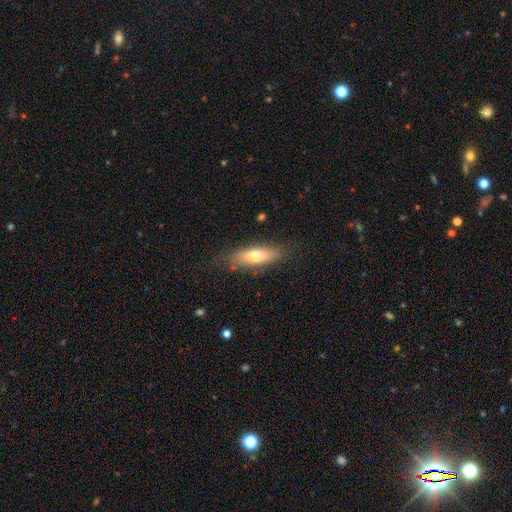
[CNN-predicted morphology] A smooth galaxy with no disk features (67%) that is in between round and cigar-shaped (62%). Merging: none (78%).